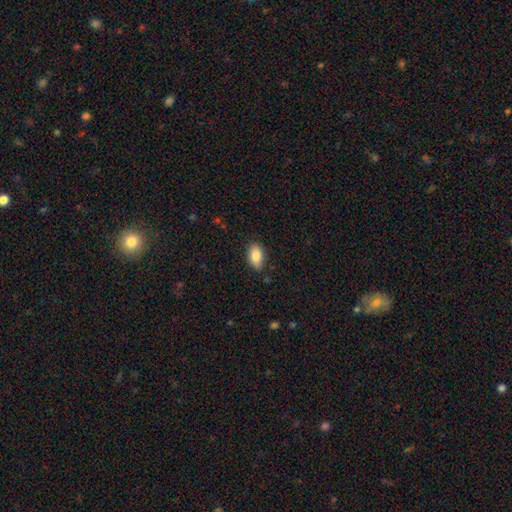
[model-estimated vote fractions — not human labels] Smooth or featured? smooth (87%)
How rounded? in between (92%)
Merging? none (85%)